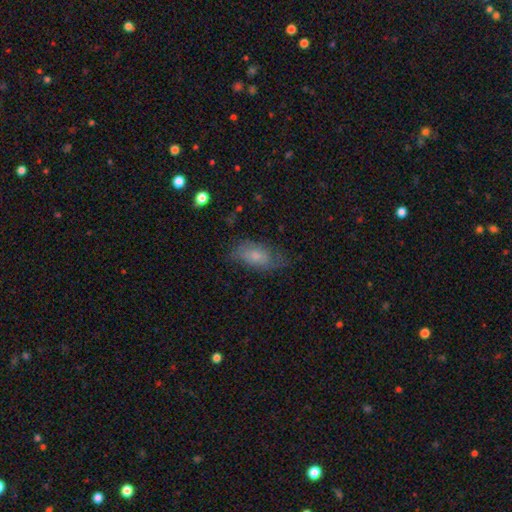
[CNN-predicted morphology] Smooth or featured?
  - smooth: 61% *
  - featured or disk: 31%
  - star or artifact: 8%
How rounded?
  - in between: 87% *
  - cigar-shaped: 9%
  - round: 4%
Merging?
  - none: 61% *
  - minor disturbance: 26%
  - major disturbance: 11%
  - merger: 2%